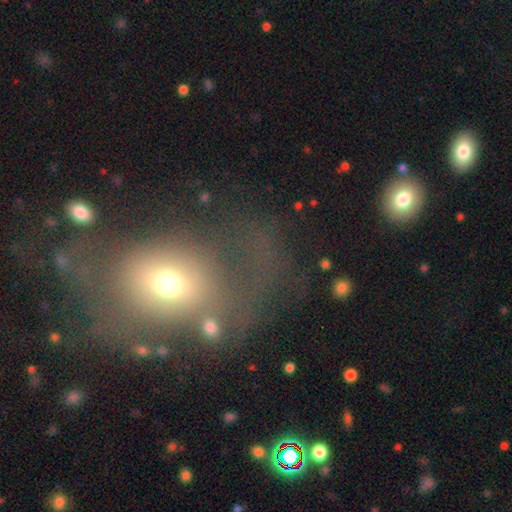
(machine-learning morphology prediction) type=smooth (54%); roundness=round (50%); merging=none (45%).